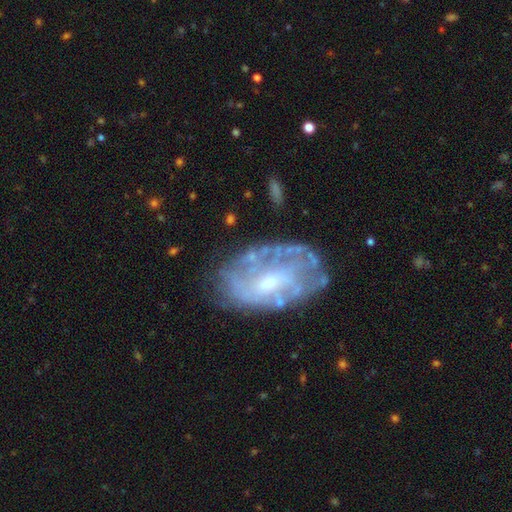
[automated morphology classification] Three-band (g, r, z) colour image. It shows a featured or disk galaxy (72%) with no bar (59%), no spiral arms (51%) and a small central bulge (49%). Merging: none (61%).